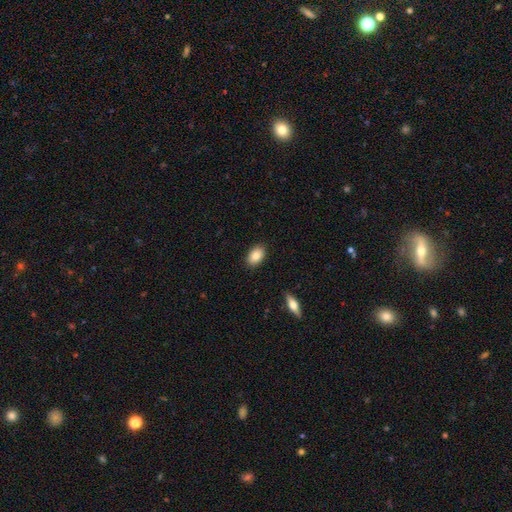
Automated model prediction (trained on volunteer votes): Q: Smooth or featured?
A: smooth (85%); runner-up: featured or disk (8%)
Q: How rounded?
A: in between (89%); runner-up: round (9%)
Q: Merging?
A: none (89%); runner-up: minor disturbance (8%)